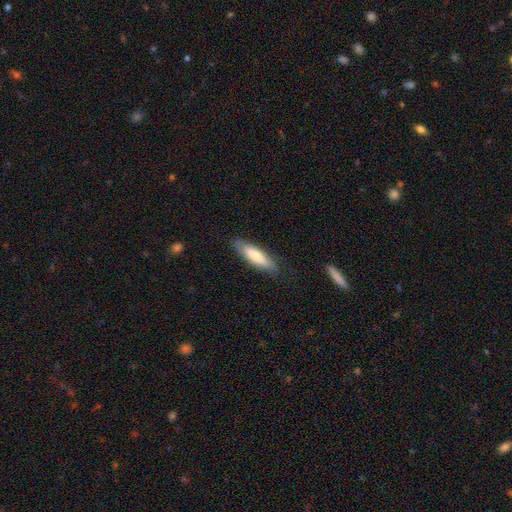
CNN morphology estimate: The model was most divided on "how rounded": cigar-shaped: 56%, in between: 43%, round: 1%. More confident: merging — none (81%); smooth or featured — smooth (72%).